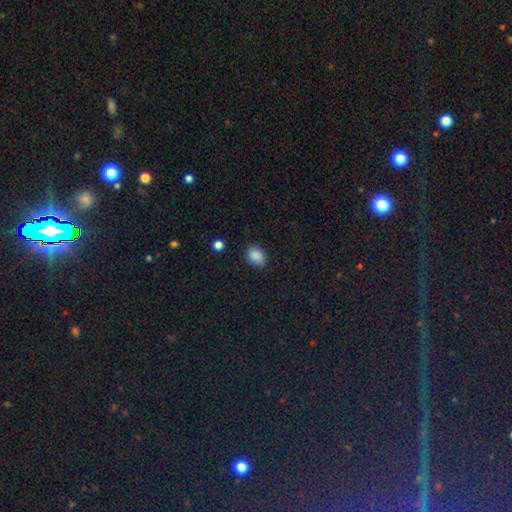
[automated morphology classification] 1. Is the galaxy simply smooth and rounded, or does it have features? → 88% smooth, 9% star or artifact, 3% featured or disk.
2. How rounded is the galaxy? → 67% in between, 32% round, 1% cigar-shaped.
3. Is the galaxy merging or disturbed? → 83% none, 12% minor disturbance, 3% major disturbance, 2% merger.